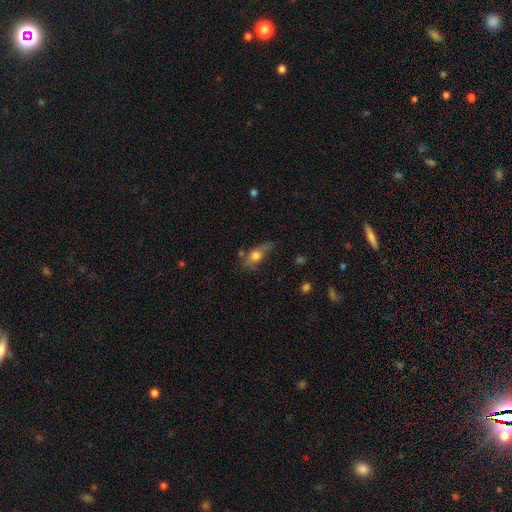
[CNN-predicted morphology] Smooth or featured?
  - smooth: 64% *
  - featured or disk: 27%
  - star or artifact: 8%
How rounded?
  - in between: 68% *
  - cigar-shaped: 23%
  - round: 9%
Merging?
  - none: 51% *
  - minor disturbance: 30%
  - major disturbance: 12%
  - merger: 6%